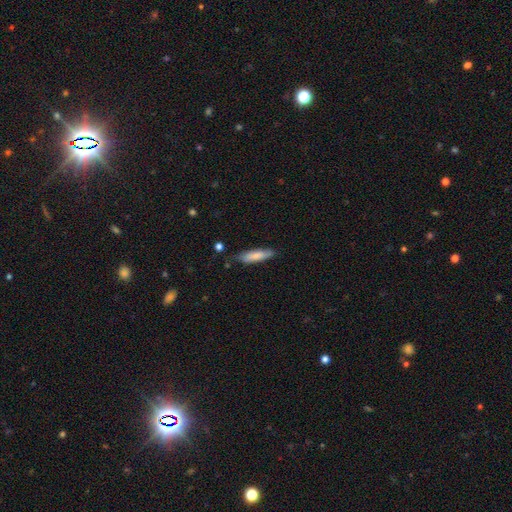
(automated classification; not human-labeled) Morphology: type=smooth (79%); roundness=cigar-shaped (69%); merging=none (78%).